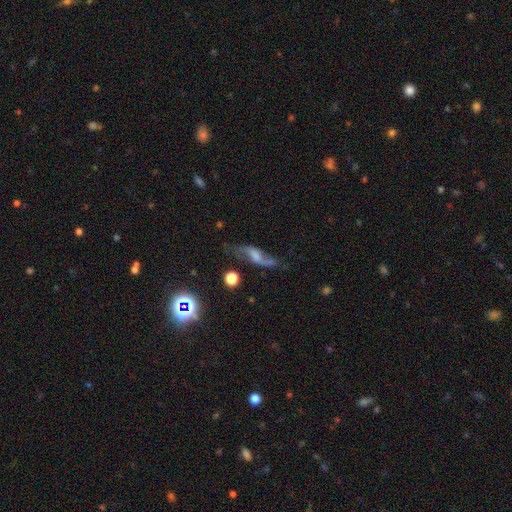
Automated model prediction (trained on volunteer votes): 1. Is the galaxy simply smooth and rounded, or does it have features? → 70% featured or disk, 17% smooth, 13% star or artifact.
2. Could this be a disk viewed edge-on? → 82% no, 18% yes.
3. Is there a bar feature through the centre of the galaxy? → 44% no, 41% weak, 15% strong.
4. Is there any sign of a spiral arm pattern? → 90% yes, 10% no.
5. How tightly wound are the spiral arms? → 79% loose, 16% medium, 5% tight.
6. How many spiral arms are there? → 88% 2, 5% can't tell, 4% 1, 1% 3, 1% 4, 1% more than 4.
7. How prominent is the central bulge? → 36% moderate, 32% small, 20% none, 9% large, 2% dominant.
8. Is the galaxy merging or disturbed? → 62% none, 20% minor disturbance, 13% major disturbance, 4% merger.